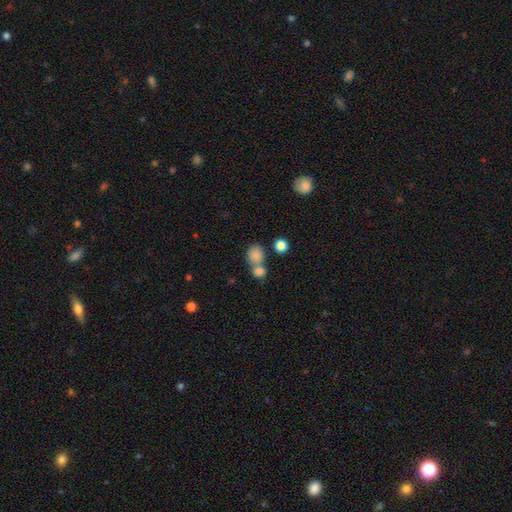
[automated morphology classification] Overall: smooth (83%). How rounded: round (74%). Merging: merger (47%; none 42%).